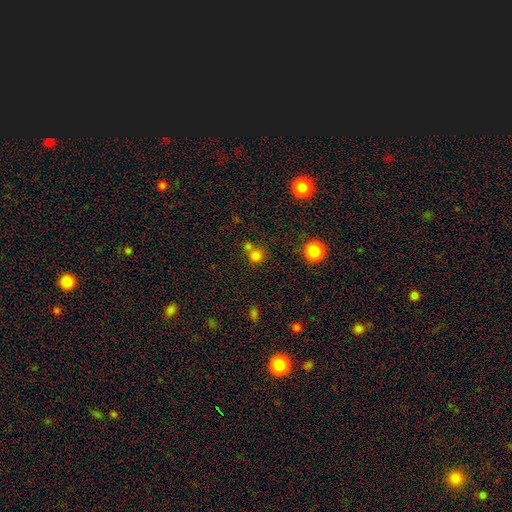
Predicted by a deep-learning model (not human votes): smooth 76%, star or artifact 16%, featured or disk 7%. Down the decision tree: how rounded — round (87%); merging — none (54%).